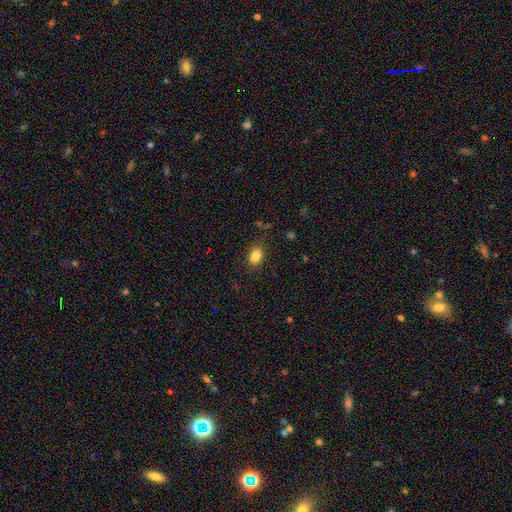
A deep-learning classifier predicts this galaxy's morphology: Smooth or featured: smooth — 81% (star or artifact — 11%)
How rounded: in between — 73% (round — 25%)
Merging: none — 71% (minor disturbance — 17%)